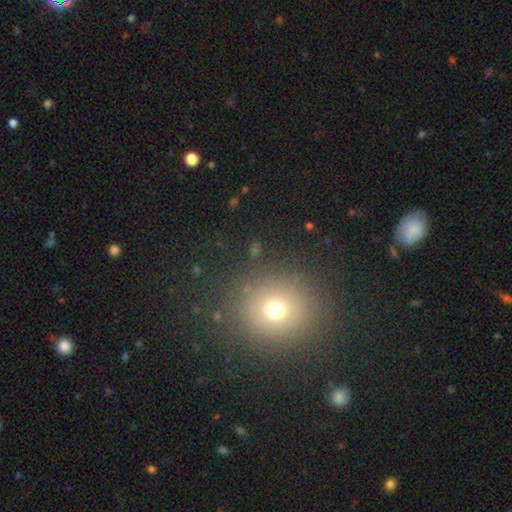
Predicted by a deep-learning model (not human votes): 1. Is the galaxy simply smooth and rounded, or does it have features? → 65% smooth, 25% star or artifact, 10% featured or disk.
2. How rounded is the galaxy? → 86% round, 13% in between, 1% cigar-shaped.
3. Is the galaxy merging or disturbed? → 89% none, 7% minor disturbance, 3% major disturbance, 2% merger.